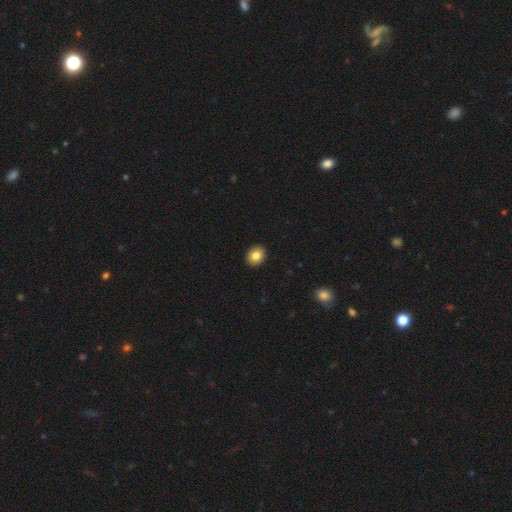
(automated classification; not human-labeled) smooth_or_featured: smooth (p=0.84) [alt: star or artifact p=0.09]
how_rounded: round (p=0.60) [alt: in between p=0.39]
merging: none (p=0.92) [alt: minor disturbance p=0.05]